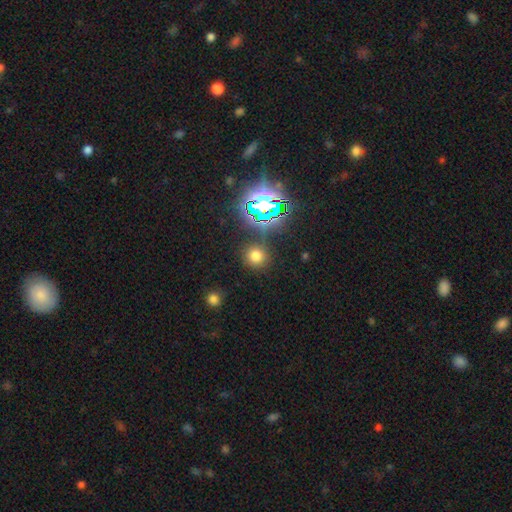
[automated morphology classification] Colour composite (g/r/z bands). It shows a smooth galaxy with no disk features (66%) that is round (91%). Merging: none (85%).